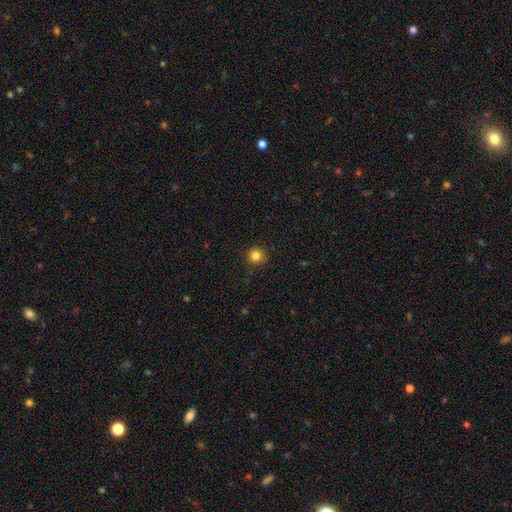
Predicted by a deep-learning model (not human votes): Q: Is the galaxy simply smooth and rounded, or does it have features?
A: smooth — 84%.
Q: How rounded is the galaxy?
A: round — 93%.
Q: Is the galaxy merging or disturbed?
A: none — 88%.